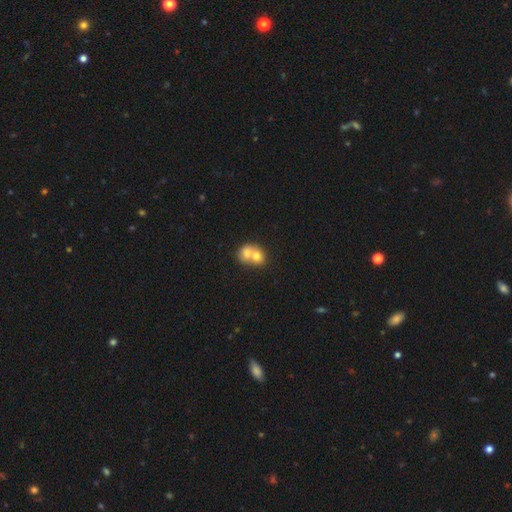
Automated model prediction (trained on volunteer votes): smooth-or-featured: smooth: 68% | featured or disk: 24% | star or artifact: 8%
  how-rounded: round: 59% | in between: 40% | cigar-shaped: 1%
  merging: merger: 76% | none: 17% | minor disturbance: 5% | major disturbance: 2%